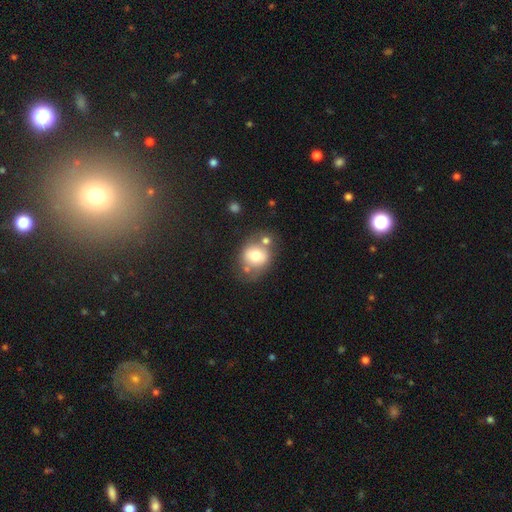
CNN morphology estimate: A smooth galaxy with no disk features (70%) that is round (63%). Merging: none (52%).